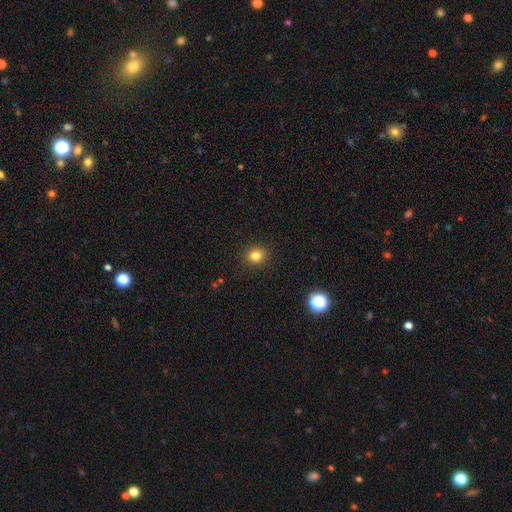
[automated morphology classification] This is clearly a smooth galaxy (81%). How rounded: likely round (76%). Merging: clearly none (90%).